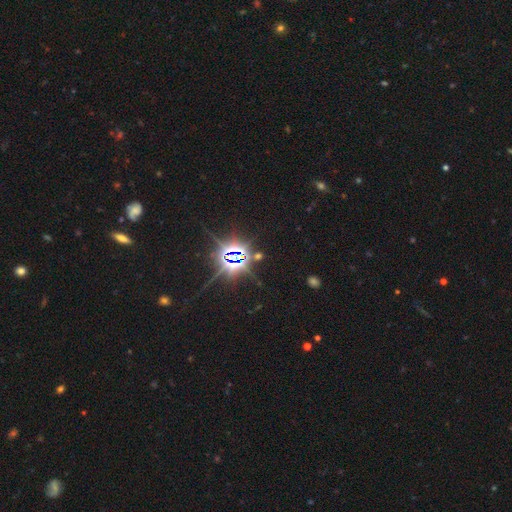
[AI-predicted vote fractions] star or artifact 83%, featured or disk 9%, smooth 8%.